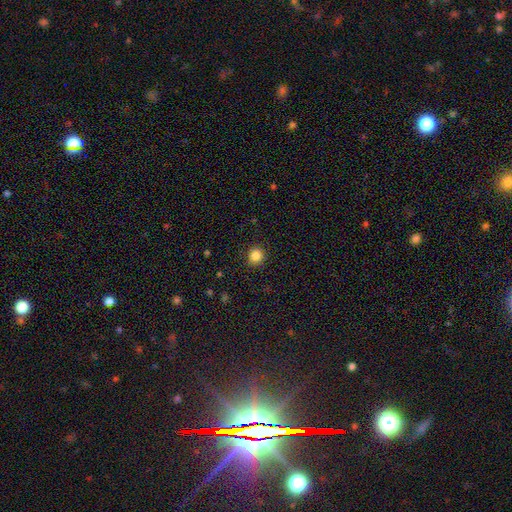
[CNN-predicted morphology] Overall: smooth (85%). How rounded: round (90%). Merging: none (91%).